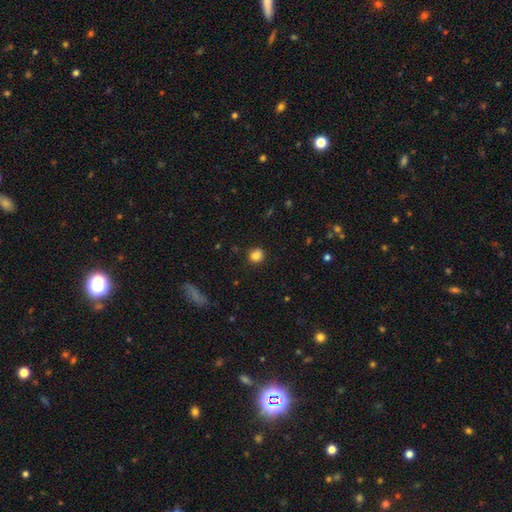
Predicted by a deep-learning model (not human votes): Smooth or featured? Predicted: smooth (p=0.84). How rounded? Predicted: round (p=0.80). Merging? Predicted: none (p=0.84).